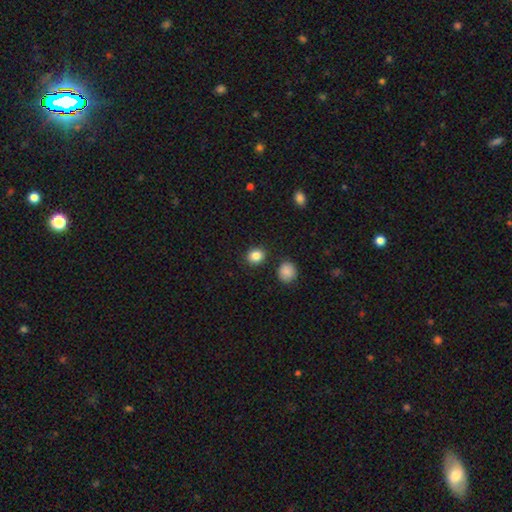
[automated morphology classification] Smooth or featured?
  - smooth: 85% *
  - star or artifact: 10%
  - featured or disk: 5%
How rounded?
  - round: 77% *
  - in between: 22%
  - cigar-shaped: 1%
Merging?
  - none: 88% *
  - minor disturbance: 7%
  - merger: 3%
  - major disturbance: 2%